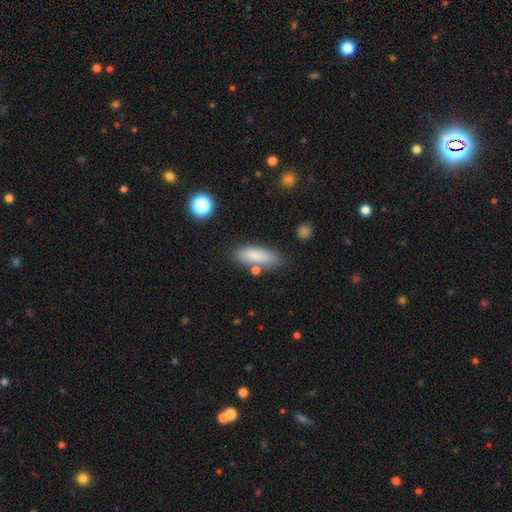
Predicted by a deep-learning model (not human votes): Smooth or featured? Predicted: smooth (p=0.83). How rounded? Predicted: in between (p=0.60). Merging? Predicted: none (p=0.73).